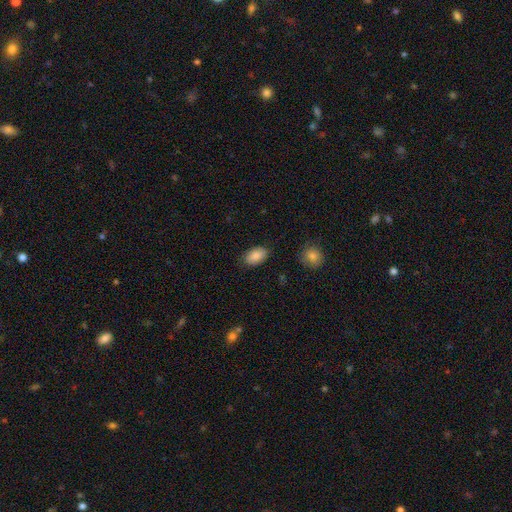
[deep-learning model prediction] Q: Smooth or featured?
A: smooth (87%); runner-up: star or artifact (7%)
Q: How rounded?
A: in between (92%); runner-up: round (7%)
Q: Merging?
A: none (84%); runner-up: minor disturbance (12%)